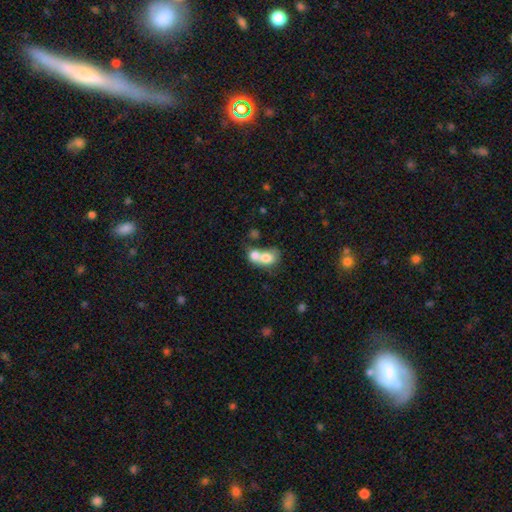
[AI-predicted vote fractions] A smooth galaxy with no disk features (71%) that is in between round and cigar-shaped (55%).

Vote fractions:
- Smooth or featured? smooth: 71% / featured or disk: 20% / star or artifact: 9%
- How rounded? in between: 55% / round: 44% / cigar-shaped: 1%
- Merging? merger: 76% / none: 15% / minor disturbance: 5% / major disturbance: 4%